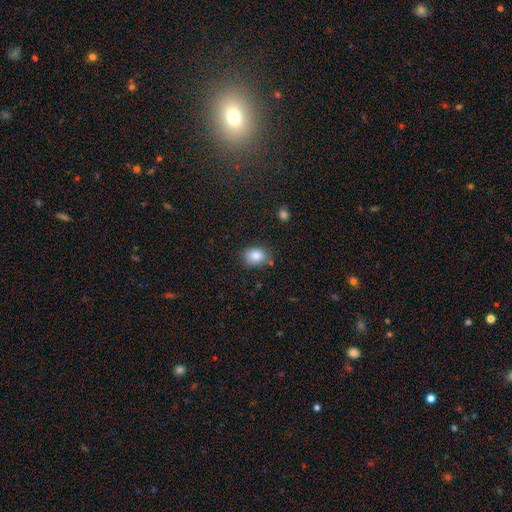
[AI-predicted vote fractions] Smooth or featured? smooth (84%)
How rounded? in between (59%)
Merging? none (79%)